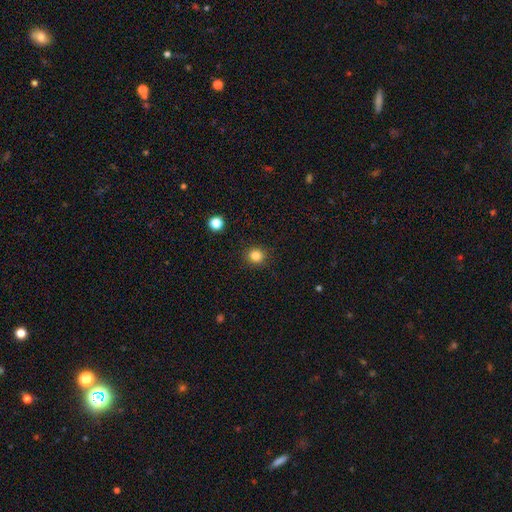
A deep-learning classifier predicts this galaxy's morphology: The model was most divided on "smooth or featured": smooth: 83%, star or artifact: 12%, featured or disk: 5%. More confident: how rounded — round (91%); merging — none (91%).